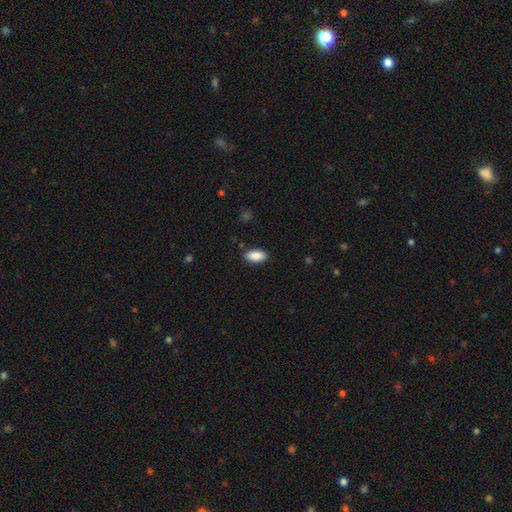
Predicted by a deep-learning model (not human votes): A smooth galaxy with no disk features (89%) that is in between round and cigar-shaped (89%).

Vote fractions:
- Smooth or featured? smooth: 89% / star or artifact: 7% / featured or disk: 5%
- How rounded? in between: 89% / cigar-shaped: 8% / round: 2%
- Merging? none: 88% / minor disturbance: 9% / major disturbance: 2% / merger: 1%